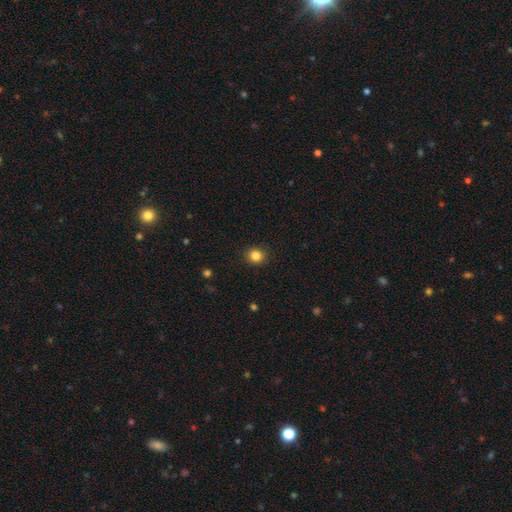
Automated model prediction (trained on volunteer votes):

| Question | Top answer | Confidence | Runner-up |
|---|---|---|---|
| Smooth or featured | smooth | 84% | star or artifact (11%) |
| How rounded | round | 86% | in between (13%) |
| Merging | none | 90% | minor disturbance (7%) |